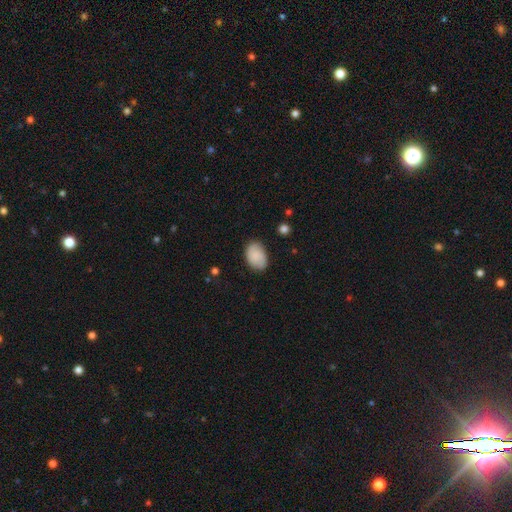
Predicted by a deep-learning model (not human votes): This is likely a smooth galaxy (78%). How rounded: clearly in between (87%). Merging: likely none (79%).